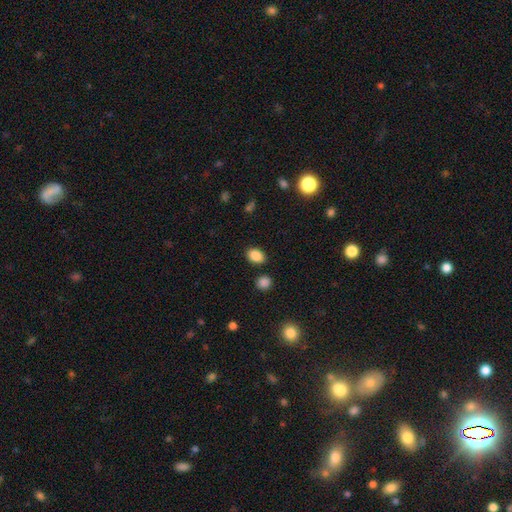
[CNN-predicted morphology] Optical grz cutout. It shows a smooth galaxy with no disk features (87%) that is in between round and cigar-shaped (76%). Merging: none (84%).